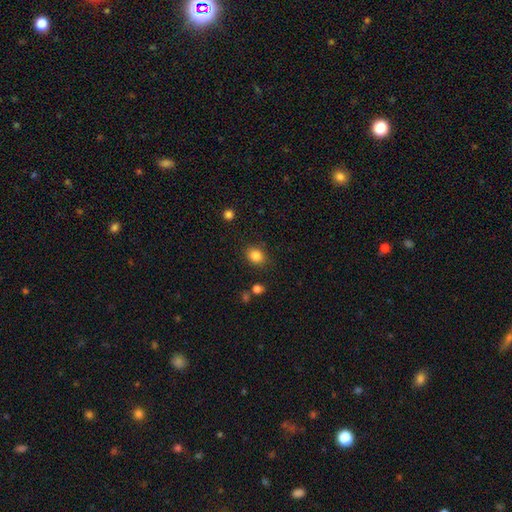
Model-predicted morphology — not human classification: The model was most divided on "how rounded": round: 57%, in between: 42%, cigar-shaped: 1%. More confident: merging — none (85%); smooth or featured — smooth (84%).